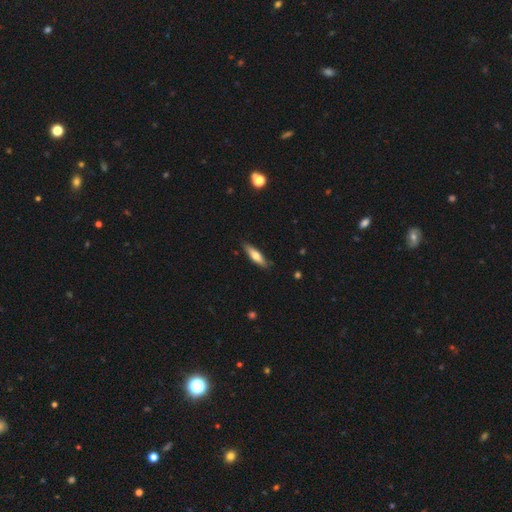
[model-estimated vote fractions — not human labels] Smooth or featured? Predicted: smooth (p=0.62). How rounded? Predicted: cigar-shaped (p=0.66). Merging? Predicted: none (p=0.87).